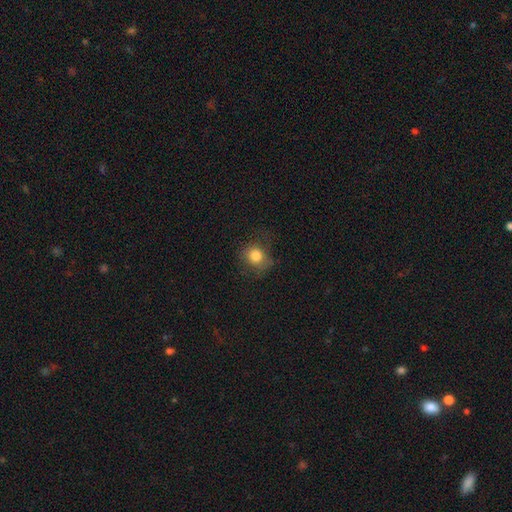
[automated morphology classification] A smooth galaxy with no disk features (81%) that is round (76%).

Vote fractions:
- Smooth or featured? smooth: 81% / star or artifact: 11% / featured or disk: 8%
- How rounded? round: 76% / in between: 23% / cigar-shaped: 1%
- Merging? none: 68% / minor disturbance: 21% / major disturbance: 10% / merger: 1%